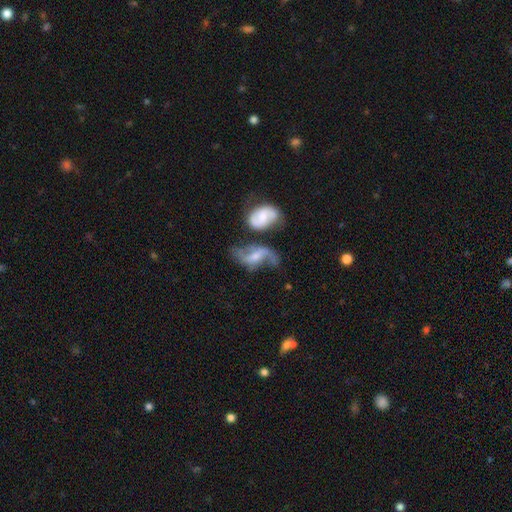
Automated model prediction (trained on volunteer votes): This appears to be a featured or disk galaxy (77%) with a weak bar (47%), 2 (85%) loose (67%) spiral arms (89%) and a small central bulge (43%). Merging: none (40%).